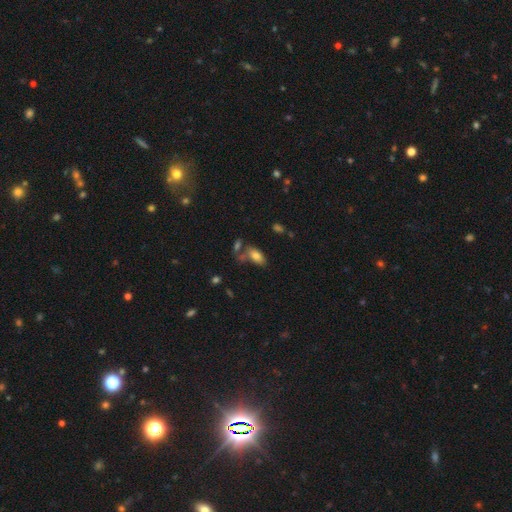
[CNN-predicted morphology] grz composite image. It shows a smooth galaxy with no disk features (78%) that is in between round and cigar-shaped (90%). Merging: none (54%).